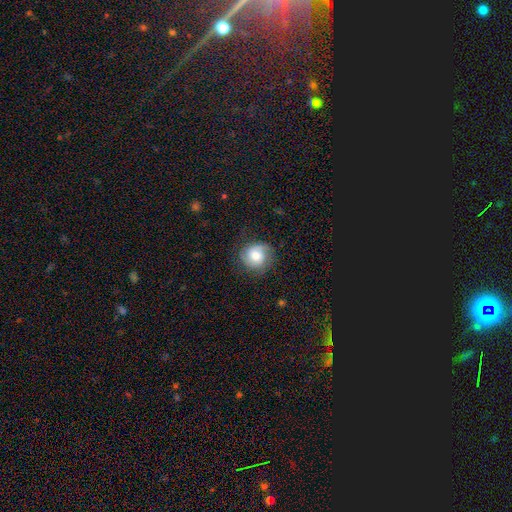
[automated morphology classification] The model was most divided on "smooth or featured": smooth: 52%, featured or disk: 39%, star or artifact: 9%. More confident: how rounded — round (87%); merging — none (74%).